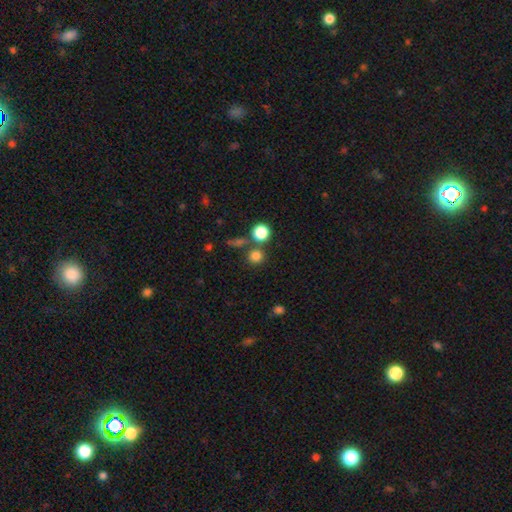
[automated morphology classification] Q: Smooth or featured?
A: smooth (78%); runner-up: star or artifact (16%)
Q: How rounded?
A: round (90%); runner-up: in between (8%)
Q: Merging?
A: none (71%); runner-up: merger (17%)